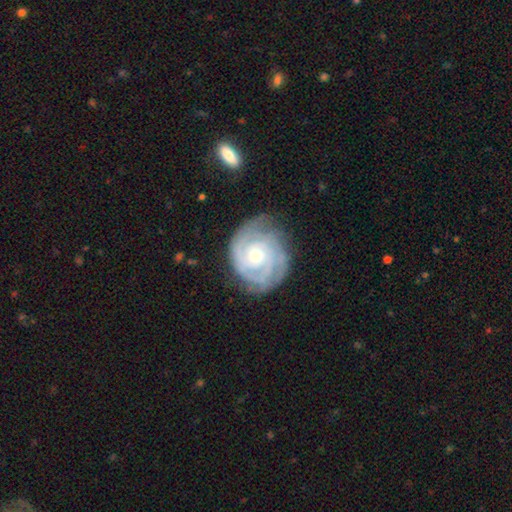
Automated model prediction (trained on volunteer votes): featured or disk 88%, smooth 7%, star or artifact 4%. Down the decision tree: edge-on disk — no (98%); bar — no (73%); spiral arms — yes (97%); spiral arm count — 3 (31%); spiral winding — tight (78%); bulge size — moderate (52%); merging — none (76%).